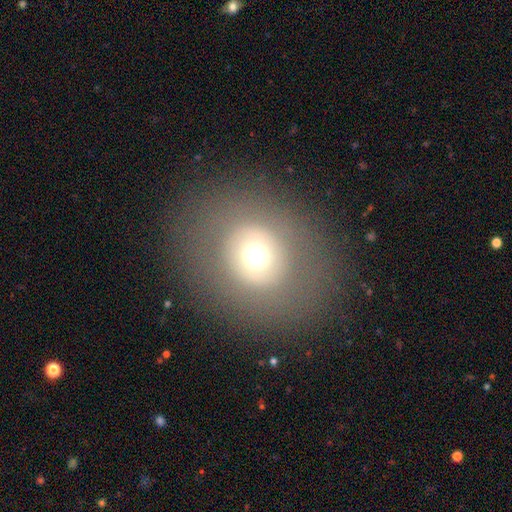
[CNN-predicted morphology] Overall: smooth (58%; featured or disk 28%). How rounded: round (75%). Merging: none (84%).